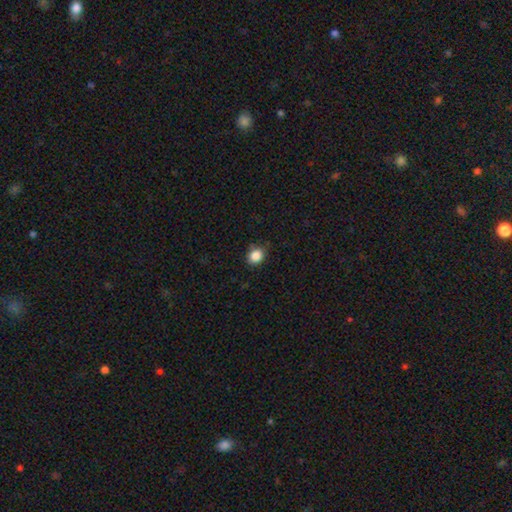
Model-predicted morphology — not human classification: Q: Smooth or featured?
A: smooth (86%); runner-up: star or artifact (10%)
Q: How rounded?
A: round (64%); runner-up: in between (36%)
Q: Merging?
A: none (81%); runner-up: minor disturbance (15%)